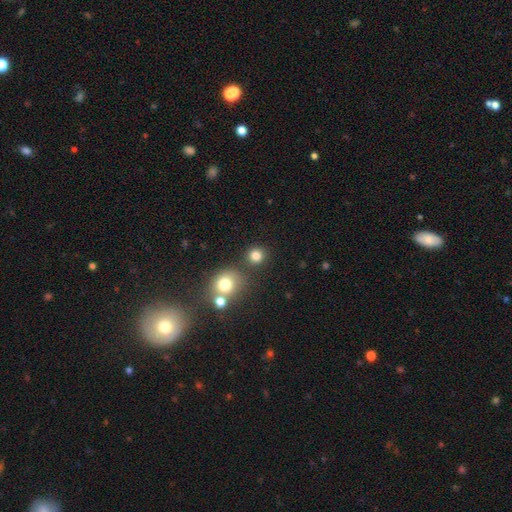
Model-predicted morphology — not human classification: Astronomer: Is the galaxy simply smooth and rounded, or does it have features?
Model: smooth — 80%.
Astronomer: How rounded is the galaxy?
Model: round — 89%.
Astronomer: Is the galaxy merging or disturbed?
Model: none — 78%.